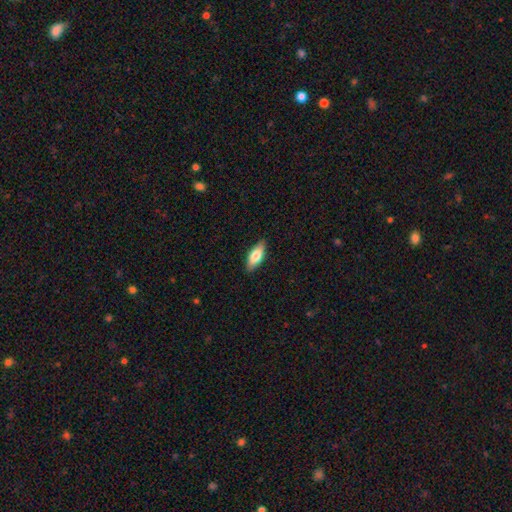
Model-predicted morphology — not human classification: smooth-or-featured: smooth: 73% | featured or disk: 21% | star or artifact: 6%
  how-rounded: in between: 75% | cigar-shaped: 23% | round: 2%
  merging: none: 86% | minor disturbance: 11% | major disturbance: 2% | merger: 1%